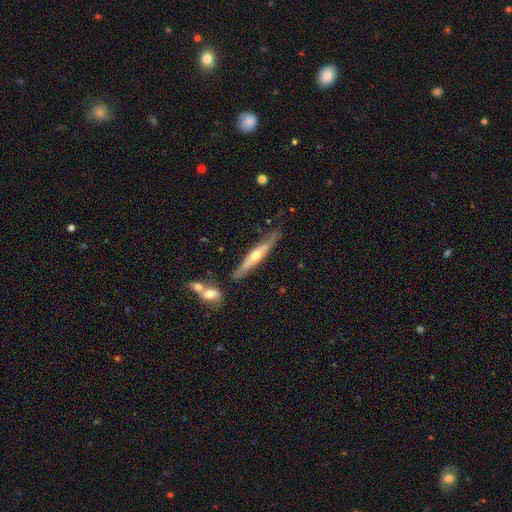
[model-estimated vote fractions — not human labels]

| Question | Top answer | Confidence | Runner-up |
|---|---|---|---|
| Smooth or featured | featured or disk | 66% | smooth (28%) |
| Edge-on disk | yes | 90% | no (10%) |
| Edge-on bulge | rounded | 88% | none (8%) |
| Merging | none | 73% | minor disturbance (18%) |